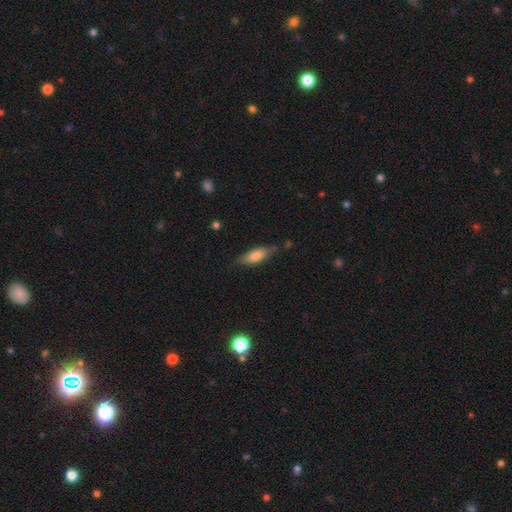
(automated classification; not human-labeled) Smooth or featured? smooth (72%)
How rounded? in between (58%)
Merging? none (73%)